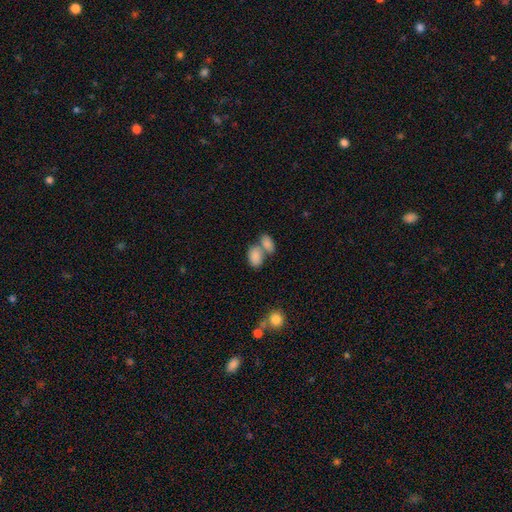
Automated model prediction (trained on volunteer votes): Smooth or featured? Predicted: smooth (p=0.84). How rounded? Predicted: in between (p=0.89). Merging? Predicted: merger (p=0.55).